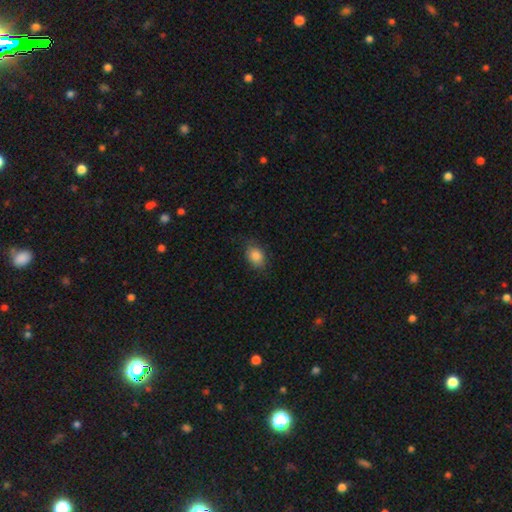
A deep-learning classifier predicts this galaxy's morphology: Q: Smooth or featured?
A: smooth (86%); runner-up: star or artifact (9%)
Q: How rounded?
A: in between (70%); runner-up: round (28%)
Q: Merging?
A: none (77%); runner-up: minor disturbance (18%)